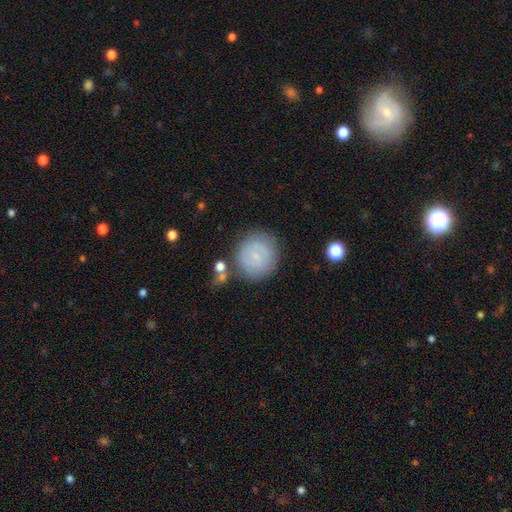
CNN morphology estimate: smooth 67%, featured or disk 25%, star or artifact 9%. Down the decision tree: how rounded — round (89%); merging — none (78%).